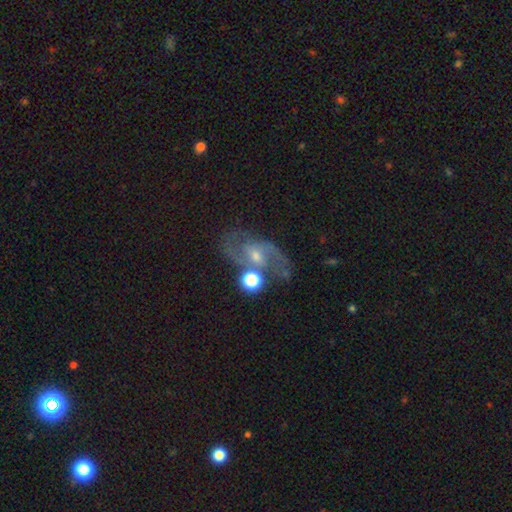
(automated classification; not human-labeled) Q: Smooth or featured?
A: featured or disk (80%); runner-up: star or artifact (10%)
Q: Edge-on disk?
A: no (97%); runner-up: yes (3%)
Q: Bar?
A: weak (47%); runner-up: no (40%)
Q: Spiral arms?
A: yes (94%); runner-up: no (6%)
Q: Spiral winding?
A: medium (55%); runner-up: loose (29%)
Q: Spiral arm count?
A: 2 (90%); runner-up: can't tell (4%)
Q: Bulge size?
A: small (49%); runner-up: moderate (44%)
Q: Merging?
A: none (67%); runner-up: minor disturbance (15%)